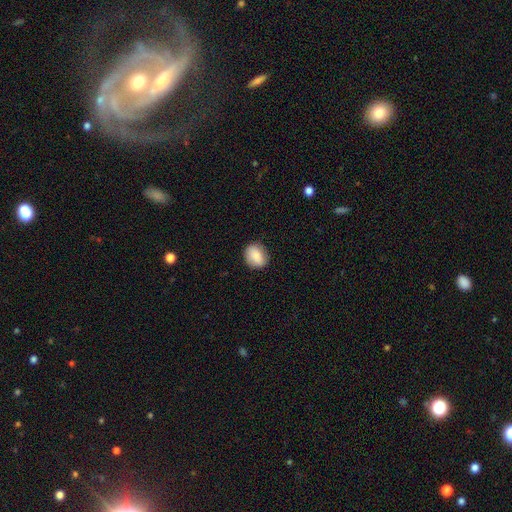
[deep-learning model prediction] smooth-or-featured: smooth: 84% | featured or disk: 8% | star or artifact: 7%
  how-rounded: round: 52% | in between: 46% | cigar-shaped: 1%
  merging: none: 83% | minor disturbance: 13% | major disturbance: 3% | merger: 1%